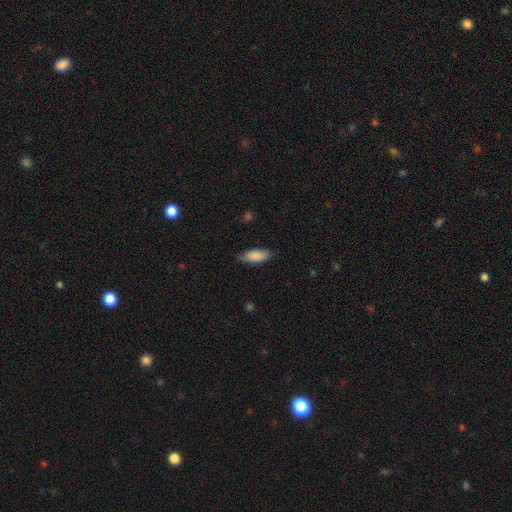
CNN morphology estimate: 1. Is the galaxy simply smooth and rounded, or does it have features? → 87% smooth, 7% featured or disk, 6% star or artifact.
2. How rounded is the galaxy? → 78% in between, 20% cigar-shaped, 2% round.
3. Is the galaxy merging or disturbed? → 76% none, 19% minor disturbance, 3% major disturbance, 1% merger.